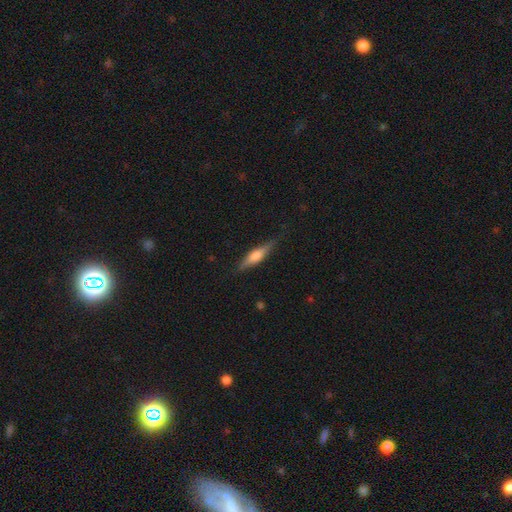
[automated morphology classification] type=featured or disk (50%); merging=none (84%).